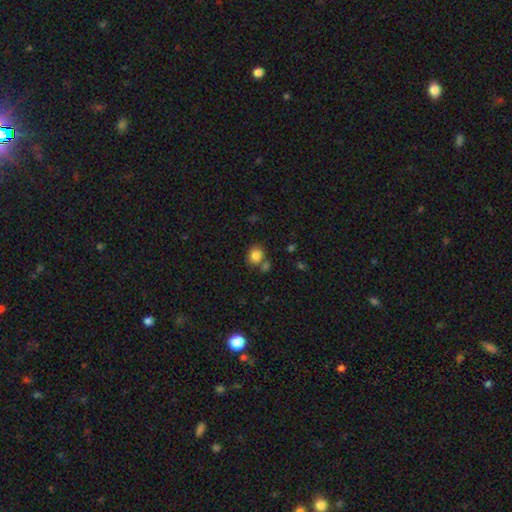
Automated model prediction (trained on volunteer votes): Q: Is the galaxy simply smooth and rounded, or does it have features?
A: smooth — 84%.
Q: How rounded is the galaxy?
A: round — 68%.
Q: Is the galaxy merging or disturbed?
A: none — 66%.